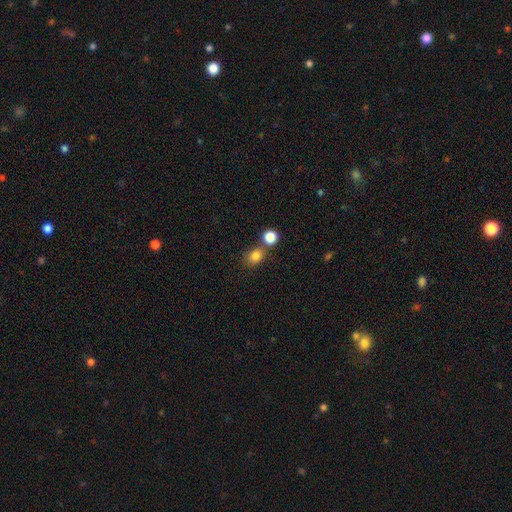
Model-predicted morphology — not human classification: A smooth galaxy with no disk features (82%) that is round (58%). Merging: none (61%).